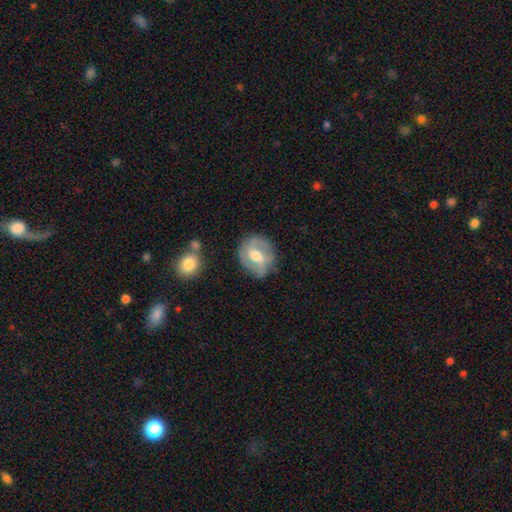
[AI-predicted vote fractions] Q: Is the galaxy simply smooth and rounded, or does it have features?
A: featured or disk — 73%.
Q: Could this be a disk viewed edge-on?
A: no — 97%.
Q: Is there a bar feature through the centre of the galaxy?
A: weak — 53%.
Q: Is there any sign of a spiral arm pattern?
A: yes — 86%.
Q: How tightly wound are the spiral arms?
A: medium — 47%.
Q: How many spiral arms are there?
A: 2 — 69%.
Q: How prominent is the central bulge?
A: moderate — 71%.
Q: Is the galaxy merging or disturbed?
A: none — 72%.